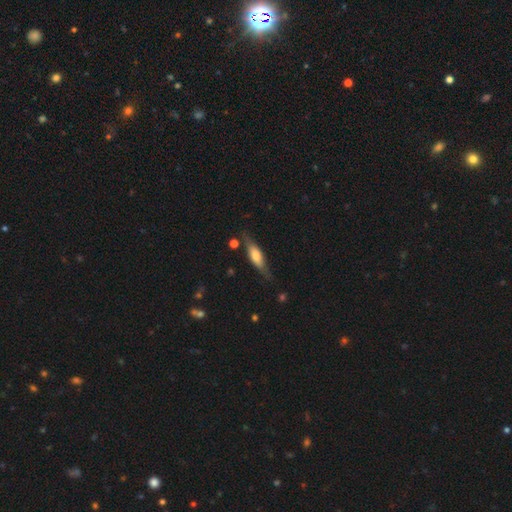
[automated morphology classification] Smooth or featured?
  - smooth: 54% *
  - featured or disk: 39%
  - star or artifact: 6%
How rounded?
  - cigar-shaped: 56% *
  - in between: 42%
  - round: 2%
Merging?
  - none: 73% *
  - minor disturbance: 19%
  - major disturbance: 5%
  - merger: 3%